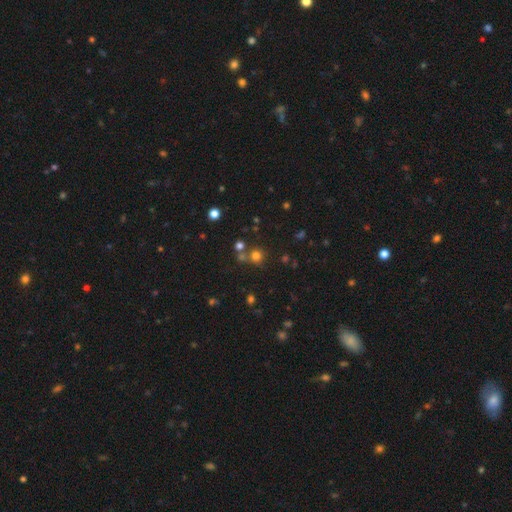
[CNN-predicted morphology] This appears to be a smooth galaxy with no disk features (69%) that is round (92%). Merging: none (70%).